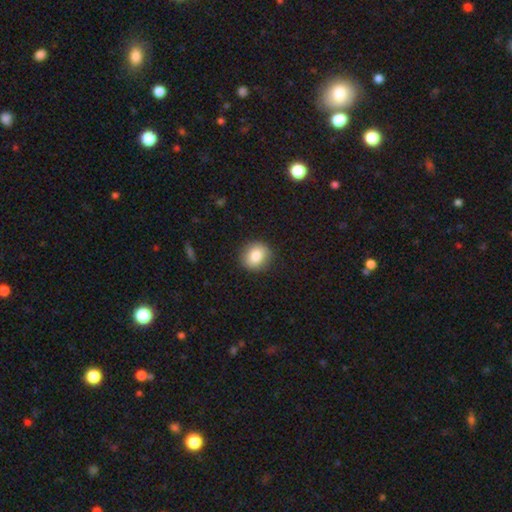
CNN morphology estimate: Smooth or featured? Predicted: smooth (p=0.84). How rounded? Predicted: round (p=0.77). Merging? Predicted: none (p=0.89).